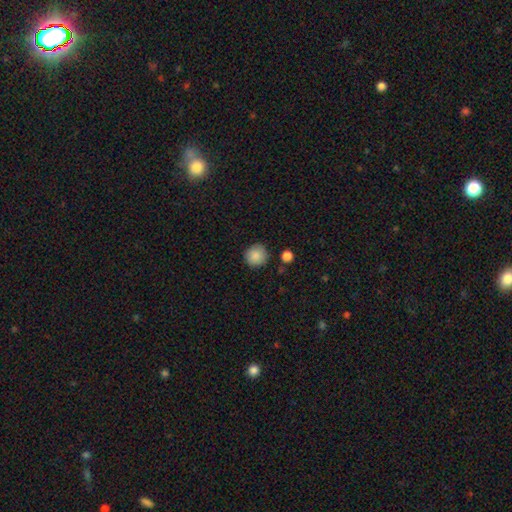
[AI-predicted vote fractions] smooth_or_featured: smooth (p=0.87) [alt: star or artifact p=0.08]
how_rounded: round (p=0.92) [alt: in between p=0.07]
merging: none (p=0.87) [alt: minor disturbance p=0.09]